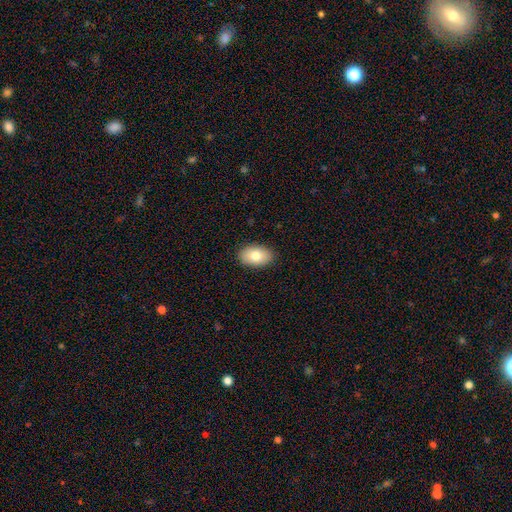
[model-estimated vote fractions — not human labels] Morphology: type=smooth (80%); roundness=in between (91%); merging=none (89%).